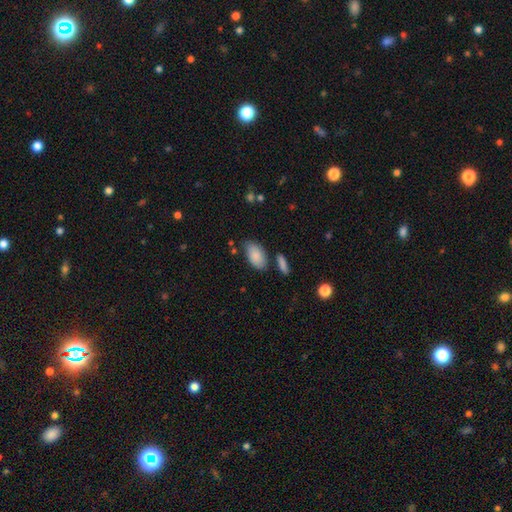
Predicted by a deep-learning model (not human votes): A smooth galaxy with no disk features (86%) that is in between round and cigar-shaped (94%).

Vote fractions:
- Smooth or featured? smooth: 86% / featured or disk: 8% / star or artifact: 6%
- How rounded? in between: 94% / round: 4% / cigar-shaped: 3%
- Merging? none: 73% / minor disturbance: 16% / merger: 7% / major disturbance: 4%